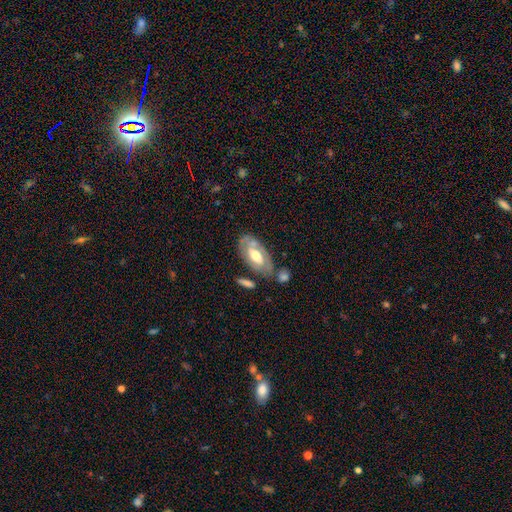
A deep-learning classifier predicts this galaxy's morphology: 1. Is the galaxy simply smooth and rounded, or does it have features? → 59% featured or disk, 35% smooth, 6% star or artifact.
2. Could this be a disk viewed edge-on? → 86% no, 14% yes.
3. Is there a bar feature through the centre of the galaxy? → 59% no, 28% weak, 13% strong.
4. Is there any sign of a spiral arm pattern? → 50% no (tied), 50% yes (tied).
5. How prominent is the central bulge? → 66% moderate, 22% large, 9% small, 1% dominant, 1% none.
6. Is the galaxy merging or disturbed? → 62% none, 20% minor disturbance, 10% merger, 7% major disturbance.